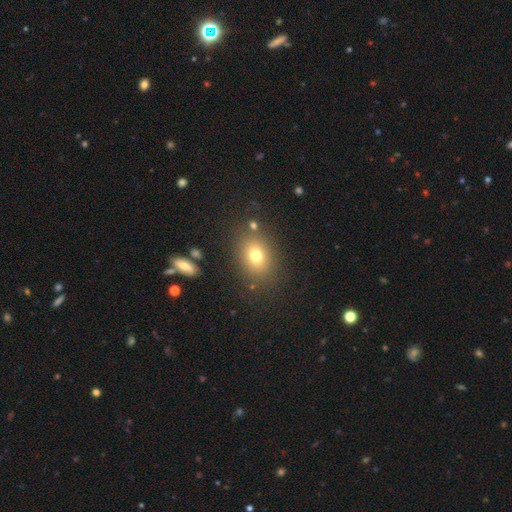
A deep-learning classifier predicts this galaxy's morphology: Smooth or featured? Predicted: smooth (p=0.74). How rounded? Predicted: in between (p=0.57). Merging? Predicted: none (p=0.82).